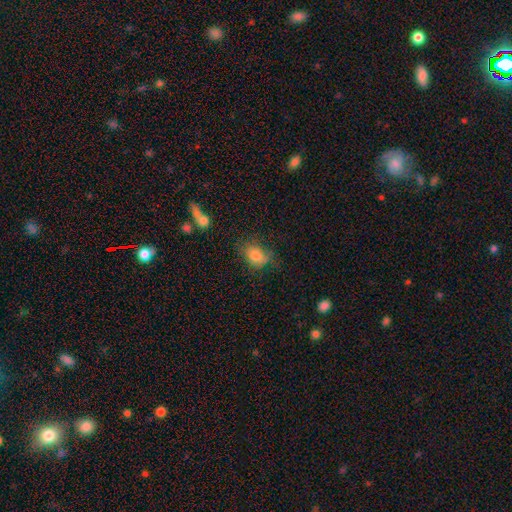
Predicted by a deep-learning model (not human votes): This is likely a smooth galaxy (78%). How rounded: likely in between (73%). Merging: possibly none (55%).